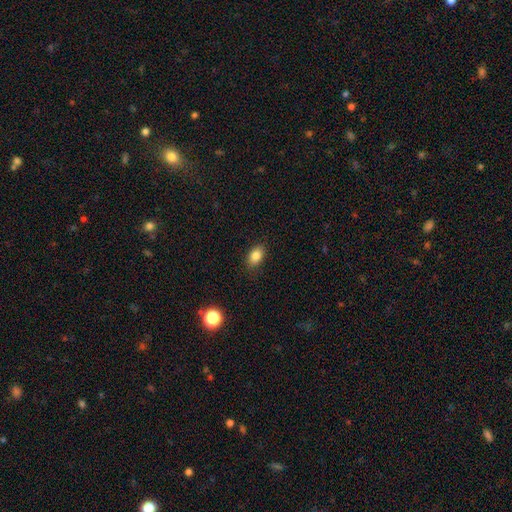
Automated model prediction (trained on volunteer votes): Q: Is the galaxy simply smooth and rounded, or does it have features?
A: smooth — 84%.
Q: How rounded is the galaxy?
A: in between — 85%.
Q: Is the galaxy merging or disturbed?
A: none — 86%.